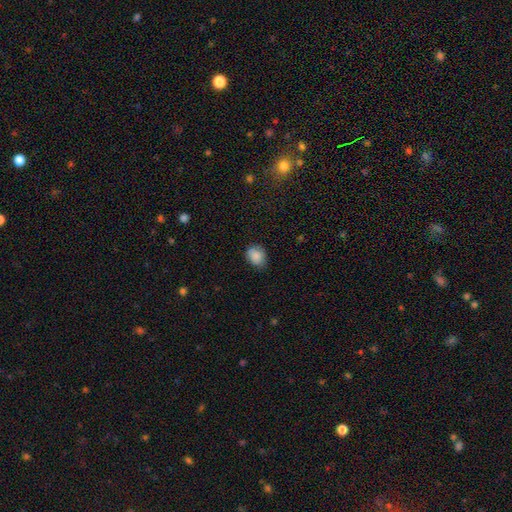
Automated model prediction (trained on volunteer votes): Smooth or featured: smooth — 87% (star or artifact — 8%)
How rounded: round — 51% (in between — 48%)
Merging: none — 75% (minor disturbance — 21%)